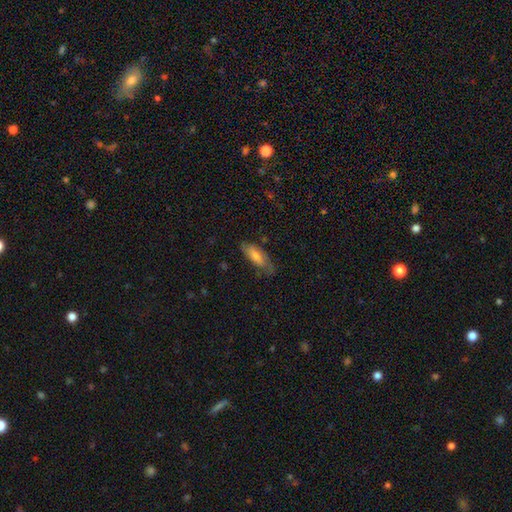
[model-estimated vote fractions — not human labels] The model was most divided on "smooth or featured": smooth: 58%, featured or disk: 35%, star or artifact: 7%. More confident: how rounded — in between (72%); merging — none (63%).